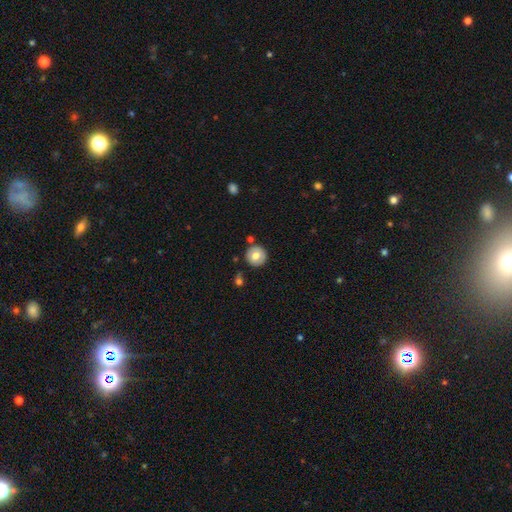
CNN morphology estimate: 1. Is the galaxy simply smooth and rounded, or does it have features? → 74% smooth, 18% featured or disk, 8% star or artifact.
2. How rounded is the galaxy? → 94% round, 5% in between, 1% cigar-shaped.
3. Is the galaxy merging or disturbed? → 85% none, 8% minor disturbance, 5% merger, 2% major disturbance.